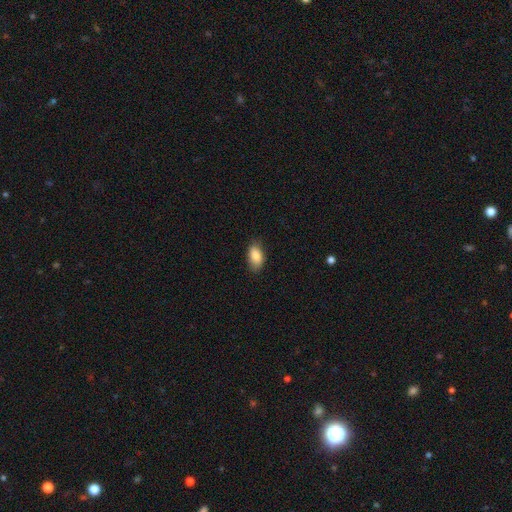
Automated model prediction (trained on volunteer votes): Smooth or featured: smooth — 88% (star or artifact — 7%)
How rounded: in between — 92% (round — 5%)
Merging: none — 80% (minor disturbance — 16%)